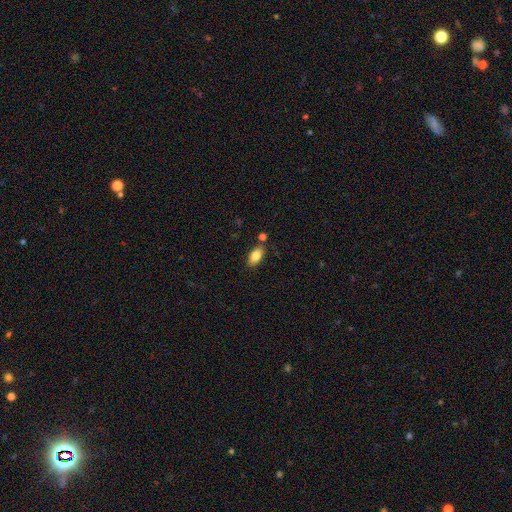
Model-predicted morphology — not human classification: This appears to be a smooth galaxy with no disk features (84%) that is in between round and cigar-shaped (91%). Merging: none (77%).